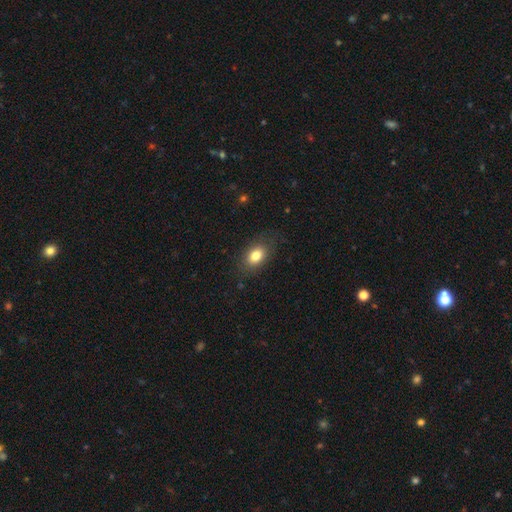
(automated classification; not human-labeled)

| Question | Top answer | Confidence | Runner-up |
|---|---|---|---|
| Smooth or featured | smooth | 81% | featured or disk (10%) |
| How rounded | in between | 83% | round (16%) |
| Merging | none | 80% | minor disturbance (14%) |